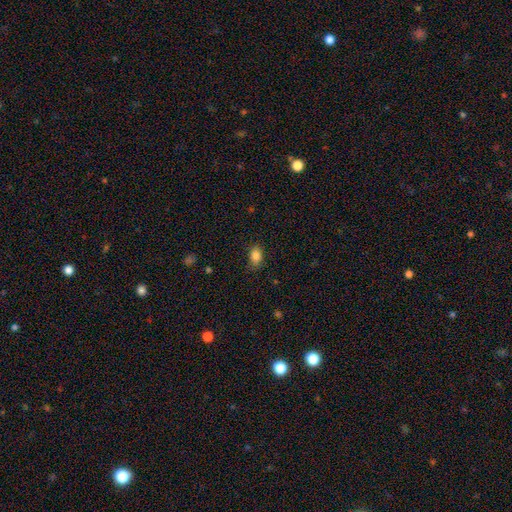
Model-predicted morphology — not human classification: Overall: smooth (85%). How rounded: in between (82%). Merging: none (79%).